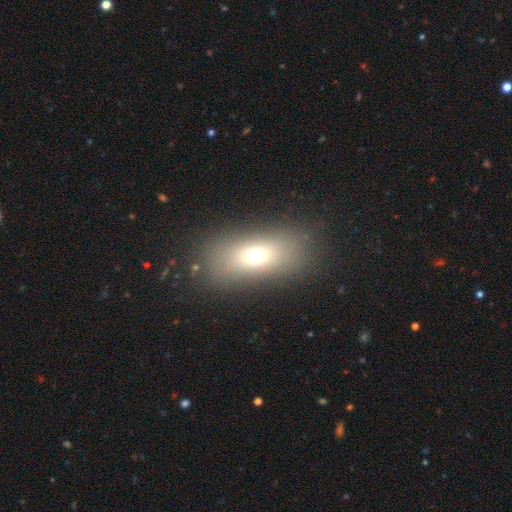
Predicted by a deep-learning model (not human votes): This is likely a smooth galaxy (66%). How rounded: likely in between (79%). Merging: clearly none (82%).